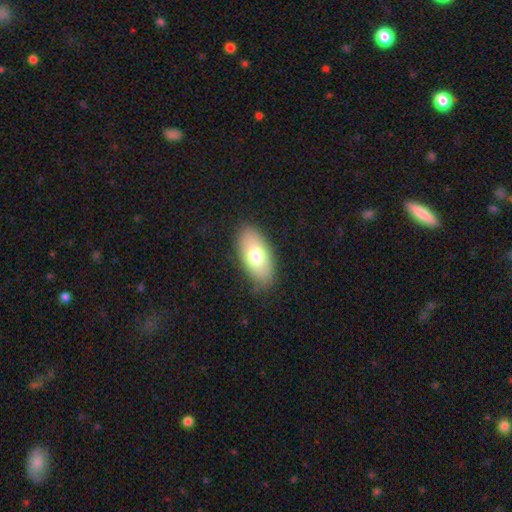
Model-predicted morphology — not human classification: smooth-or-featured: smooth: 74% | featured or disk: 19% | star or artifact: 7%
  how-rounded: in between: 92% | cigar-shaped: 4% | round: 4%
  merging: none: 82% | minor disturbance: 13% | major disturbance: 4% | merger: 1%